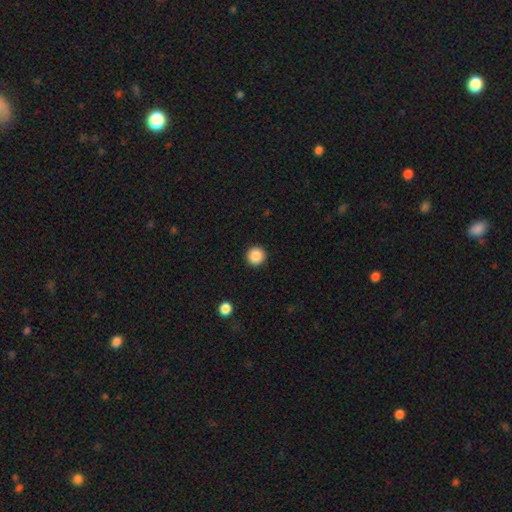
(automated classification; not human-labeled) A smooth galaxy with no disk features (87%) that is round (95%). Merging: none (93%).